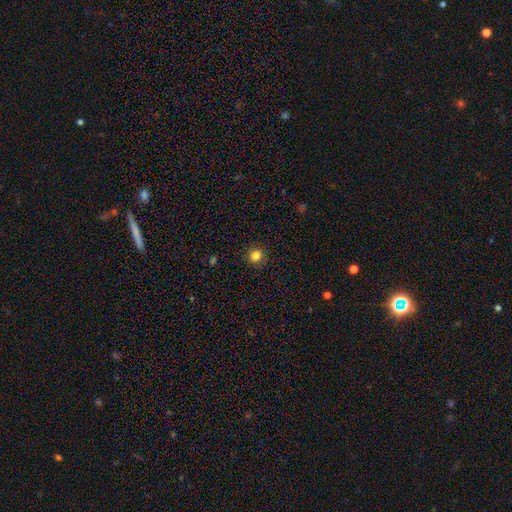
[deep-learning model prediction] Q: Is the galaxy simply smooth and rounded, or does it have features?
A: smooth — 82%.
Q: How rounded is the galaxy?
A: round — 86%.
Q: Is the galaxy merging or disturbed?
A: none — 90%.